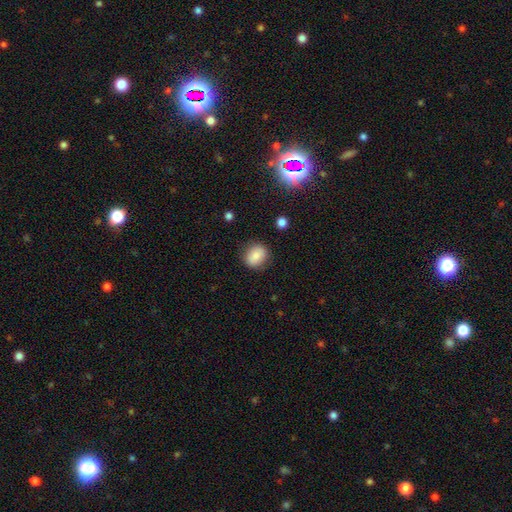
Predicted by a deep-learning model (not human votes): Q: Smooth or featured?
A: smooth (83%); runner-up: star or artifact (9%)
Q: How rounded?
A: round (62%); runner-up: in between (37%)
Q: Merging?
A: none (83%); runner-up: minor disturbance (12%)